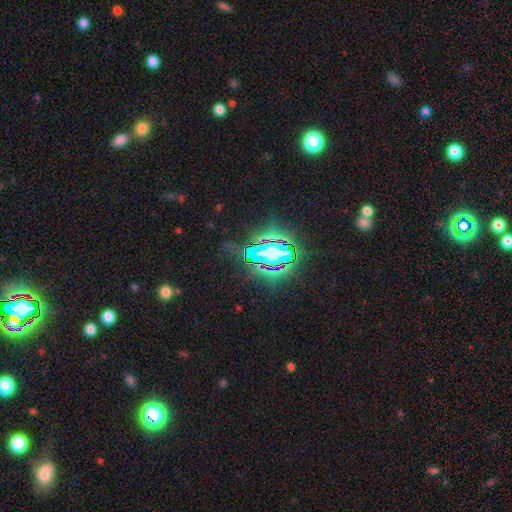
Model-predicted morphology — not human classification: Smooth or featured?
  - star or artifact: 77% *
  - smooth: 12%
  - featured or disk: 10%